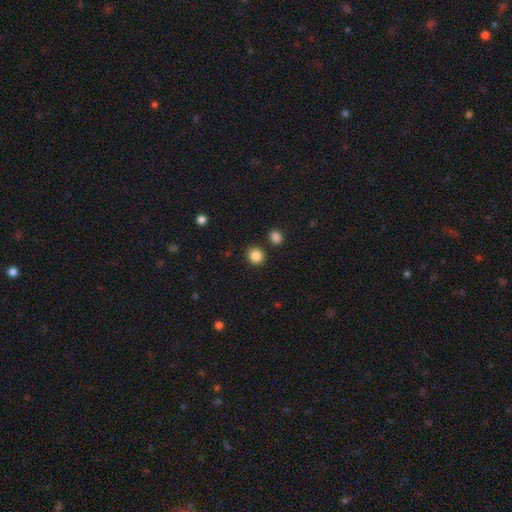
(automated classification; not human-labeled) smooth-or-featured: smooth: 86% | star or artifact: 10% | featured or disk: 3%
  how-rounded: round: 87% | in between: 12% | cigar-shaped: 1%
  merging: none: 87% | minor disturbance: 6% | merger: 4% | major disturbance: 2%